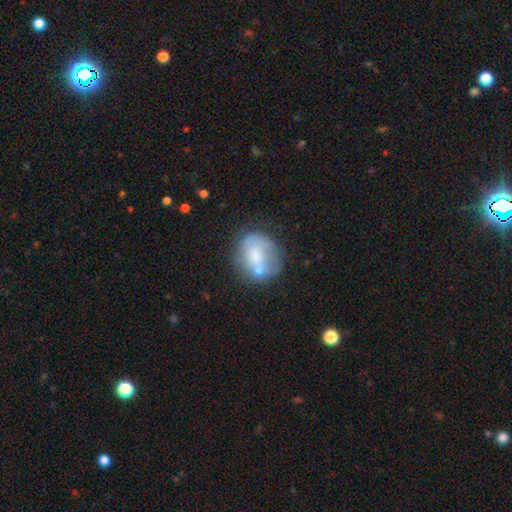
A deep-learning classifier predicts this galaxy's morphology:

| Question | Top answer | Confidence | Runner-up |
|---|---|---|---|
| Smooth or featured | smooth | 54% | featured or disk (37%) |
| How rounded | round | 63% | in between (36%) |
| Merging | none | 45% | minor disturbance (22%) |